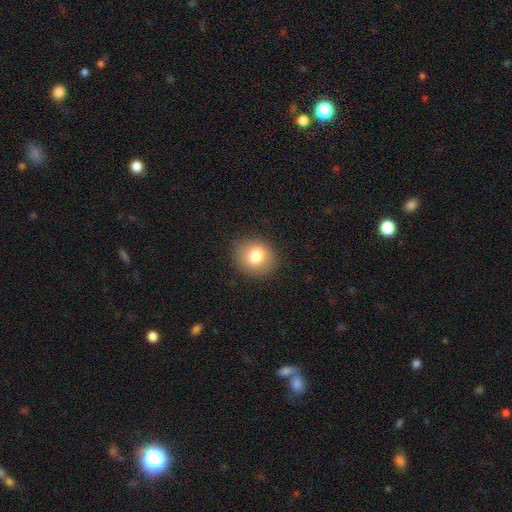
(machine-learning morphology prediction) The model was most divided on "how rounded": round: 77%, in between: 22%, cigar-shaped: 1%. More confident: merging — none (87%); smooth or featured — smooth (80%).